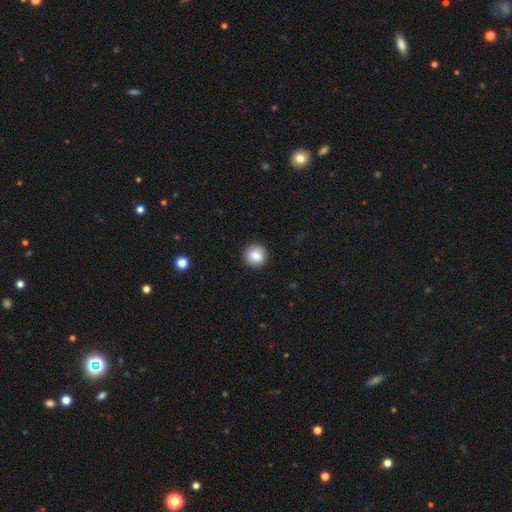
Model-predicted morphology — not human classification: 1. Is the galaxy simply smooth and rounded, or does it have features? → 86% smooth, 9% star or artifact, 5% featured or disk.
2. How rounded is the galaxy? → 94% round, 5% in between, 1% cigar-shaped.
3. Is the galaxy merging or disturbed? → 92% none, 6% minor disturbance, 2% major disturbance, 1% merger.